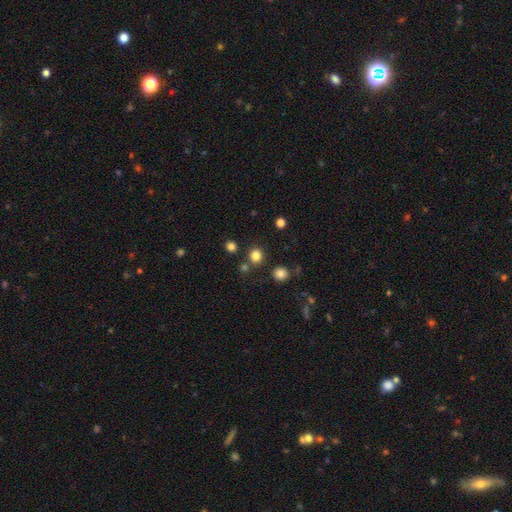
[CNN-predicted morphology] This appears to be a smooth galaxy with no disk features (80%) that is round (87%). Merging: none (81%).